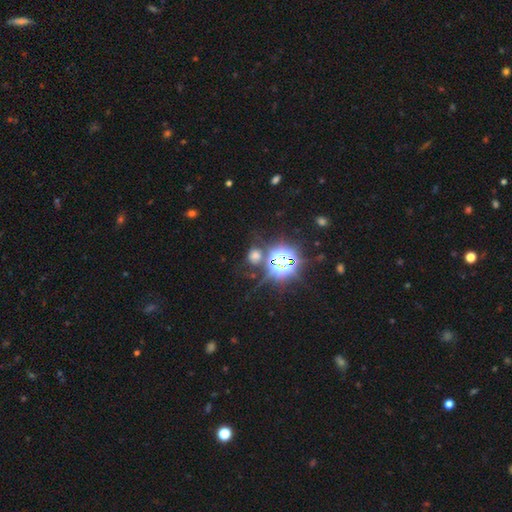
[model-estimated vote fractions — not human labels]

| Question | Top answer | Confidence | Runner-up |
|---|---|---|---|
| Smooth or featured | star or artifact | 48% | smooth (43%) |